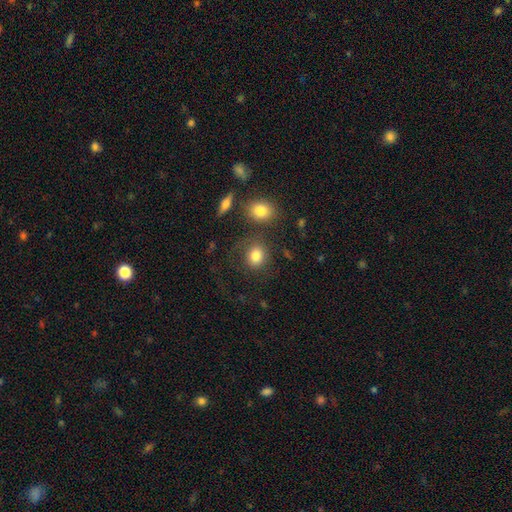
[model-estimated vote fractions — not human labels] A smooth galaxy with no disk features (82%) that is round (66%). Merging: none (70%).